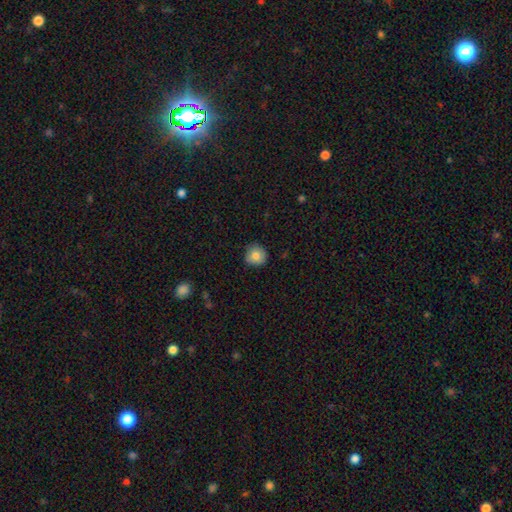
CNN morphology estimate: Smooth or featured?
  - smooth: 81% *
  - featured or disk: 10%
  - star or artifact: 9%
How rounded?
  - round: 92% *
  - in between: 7%
  - cigar-shaped: 1%
Merging?
  - none: 83% *
  - minor disturbance: 14%
  - major disturbance: 2%
  - merger: 1%